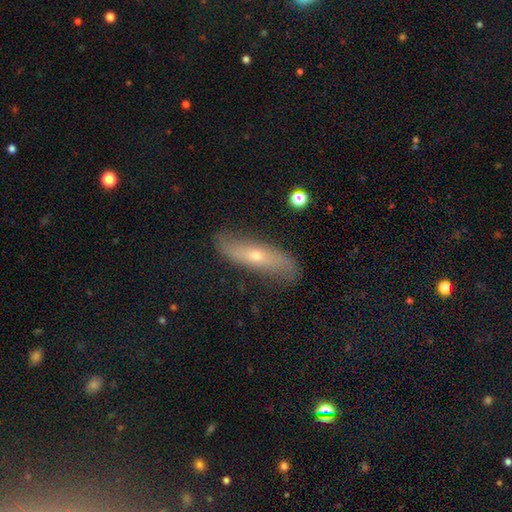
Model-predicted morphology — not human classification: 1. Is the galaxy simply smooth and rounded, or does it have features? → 58% featured or disk, 31% smooth, 11% star or artifact.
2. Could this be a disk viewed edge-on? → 53% no, 47% yes.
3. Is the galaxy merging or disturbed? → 78% none, 15% minor disturbance, 5% major disturbance, 2% merger.